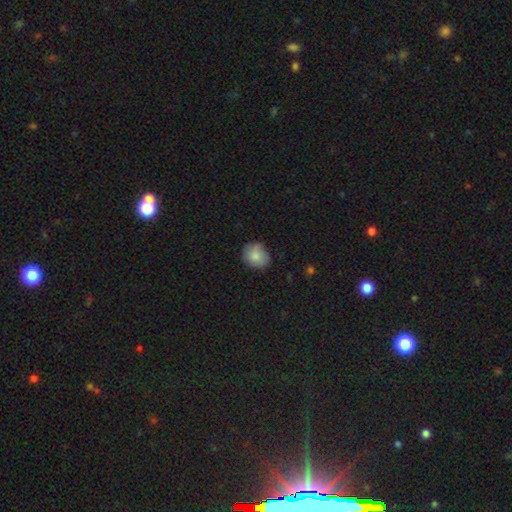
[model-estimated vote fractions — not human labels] This is clearly a smooth galaxy (83%). How rounded: likely round (68%). Merging: likely none (70%).